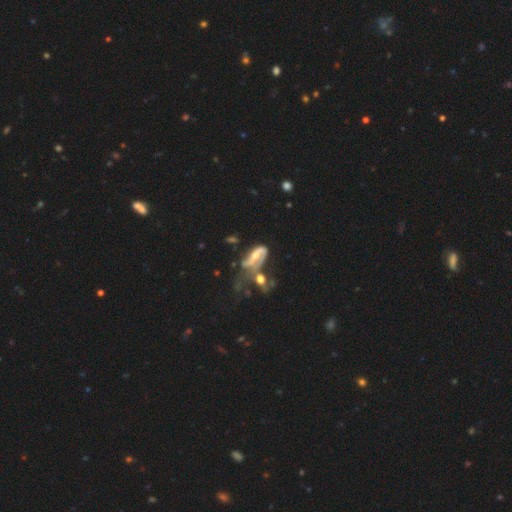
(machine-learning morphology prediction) A featured or disk galaxy (73%) with no bar (42%), 2 (64%) loose (50%) spiral arms (77%) and a moderate central bulge (50%).

Vote fractions:
- Smooth or featured? featured or disk: 73% / smooth: 19% / star or artifact: 8%
- Edge-on disk? no: 92% / yes: 8%
- Bar? no: 42% / weak: 34% / strong: 24%
- Spiral arms? yes: 77% / no: 23%
- Spiral winding? loose: 50% / medium: 32% / tight: 18%
- Spiral arm count? 2: 64% / 1: 16% / can't tell: 15% / 3: 2% / 4: 1% / more than 4: 1%
- Bulge size? moderate: 50% / small: 34% / none: 8% / large: 7% / dominant: 2%
- Merging? merger: 51% / major disturbance: 24% / none: 14% / minor disturbance: 10%